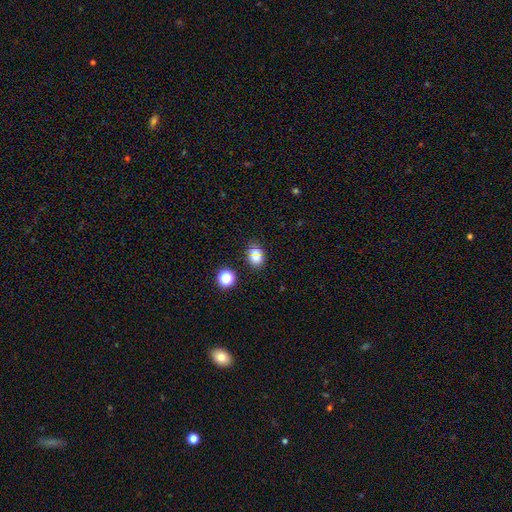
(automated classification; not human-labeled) A smooth galaxy with no disk features (75%) that is in between round and cigar-shaped (53%). Merging: none (65%).